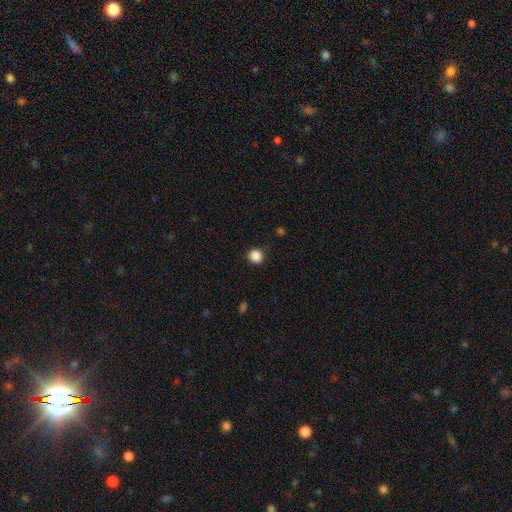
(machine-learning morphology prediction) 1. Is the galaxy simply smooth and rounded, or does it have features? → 87% smooth, 10% star or artifact, 3% featured or disk.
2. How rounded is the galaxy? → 87% round, 12% in between, 1% cigar-shaped.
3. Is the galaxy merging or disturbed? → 87% none, 9% minor disturbance, 3% major disturbance, 1% merger.